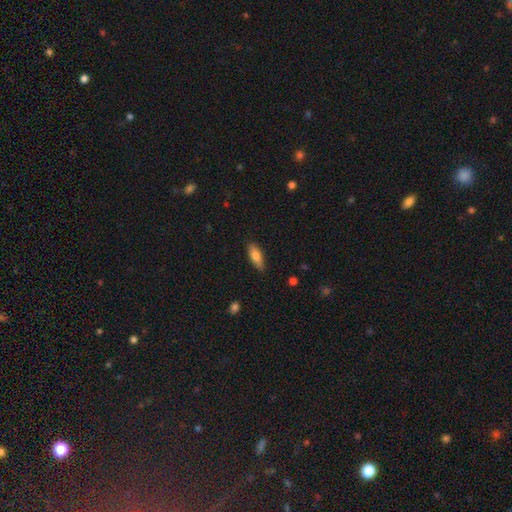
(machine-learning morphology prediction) The model was most divided on "how rounded": in between: 67%, cigar-shaped: 31%, round: 2%. More confident: merging — none (85%); smooth or featured — smooth (80%).